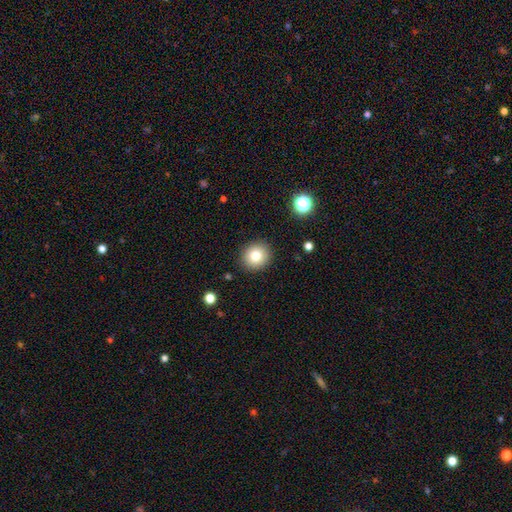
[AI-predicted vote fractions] smooth-or-featured: smooth: 81% | star or artifact: 11% | featured or disk: 9%
  how-rounded: round: 86% | in between: 13% | cigar-shaped: 1%
  merging: none: 90% | minor disturbance: 7% | major disturbance: 2% | merger: 1%